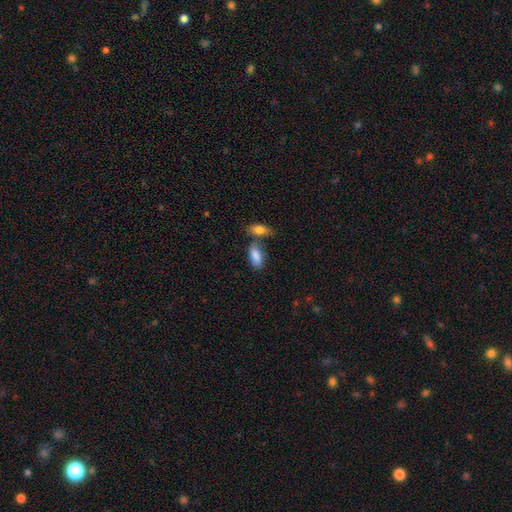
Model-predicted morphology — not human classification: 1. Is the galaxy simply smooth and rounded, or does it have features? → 87% smooth, 7% featured or disk, 6% star or artifact.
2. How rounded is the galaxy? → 87% in between, 10% cigar-shaped, 3% round.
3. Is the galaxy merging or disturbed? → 55% none, 27% merger, 14% minor disturbance, 4% major disturbance.